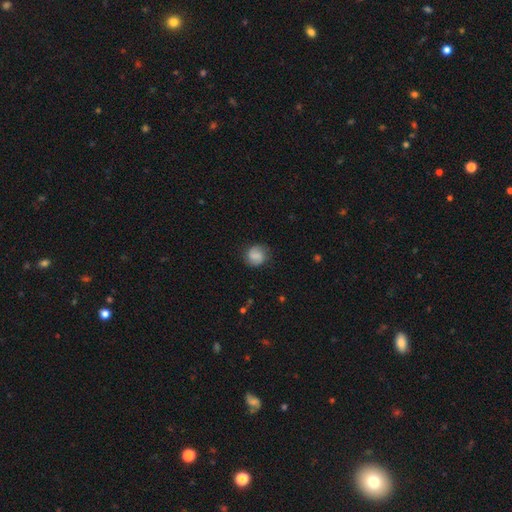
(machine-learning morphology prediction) type=smooth (63%); roundness=round (82%); merging=none (79%).